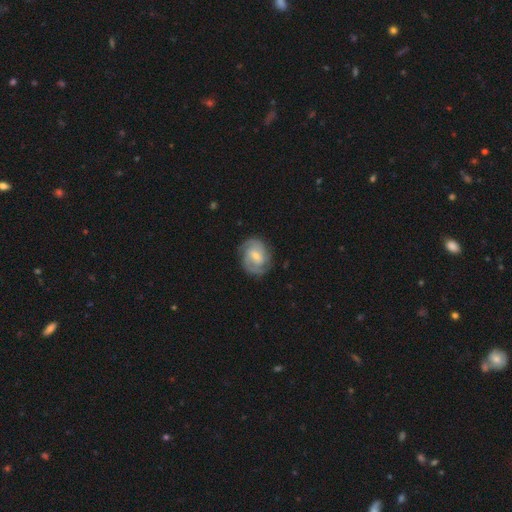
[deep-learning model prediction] A featured or disk galaxy (81%) with a weak bar (50%), 2 (66%) tight (52%) spiral arms (95%) and a small central bulge (55%).

Vote fractions:
- Smooth or featured? featured or disk: 81% / smooth: 14% / star or artifact: 5%
- Edge-on disk? no: 98% / yes: 2%
- Bar? weak: 50% / no: 36% / strong: 14%
- Spiral arms? yes: 95% / no: 5%
- Spiral winding? tight: 52% / medium: 39% / loose: 9%
- Spiral arm count? 2: 66% / 3: 14% / can't tell: 13% / 1: 3% / 4: 3% / more than 4: 2%
- Bulge size? small: 55% / moderate: 39% / none: 3% / large: 2% / dominant: 1%
- Merging? none: 79% / minor disturbance: 14% / major disturbance: 5% / merger: 1%